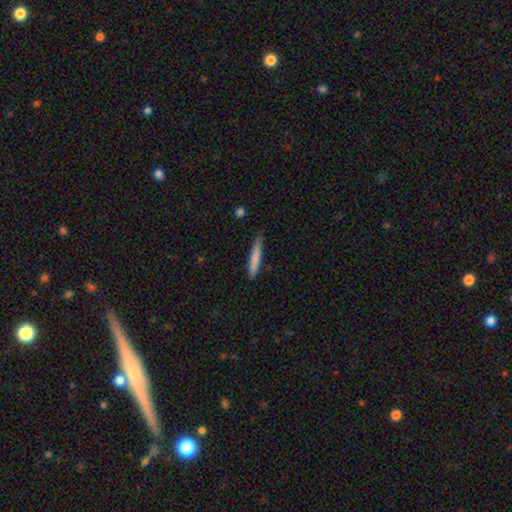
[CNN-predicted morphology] smooth 77%, featured or disk 17%, star or artifact 6%. Down the decision tree: how rounded — cigar-shaped (94%); merging — none (82%).